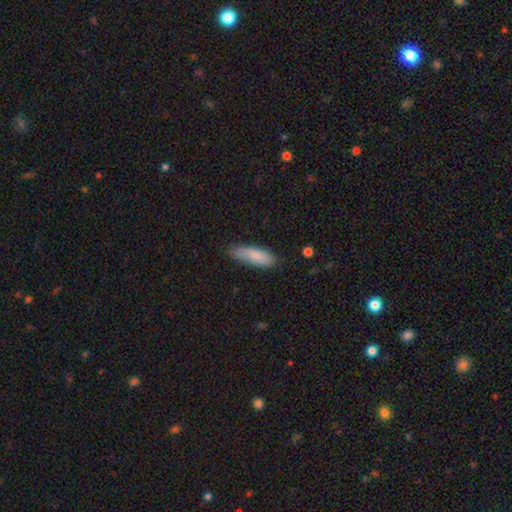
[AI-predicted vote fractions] A smooth galaxy with no disk features (84%) that is cigar-shaped (51%).

Vote fractions:
- Smooth or featured? smooth: 84% / featured or disk: 10% / star or artifact: 6%
- How rounded? cigar-shaped: 51% / in between: 47% / round: 2%
- Merging? none: 70% / minor disturbance: 24% / major disturbance: 4% / merger: 2%